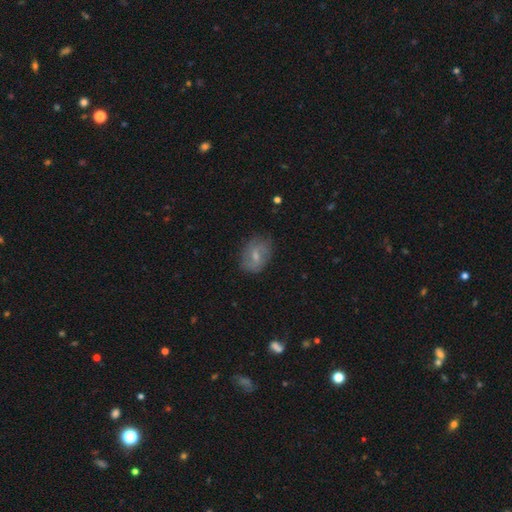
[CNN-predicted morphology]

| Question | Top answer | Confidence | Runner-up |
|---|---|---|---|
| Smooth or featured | smooth | 48% | featured or disk (44%) |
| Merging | none | 71% | minor disturbance (21%) |